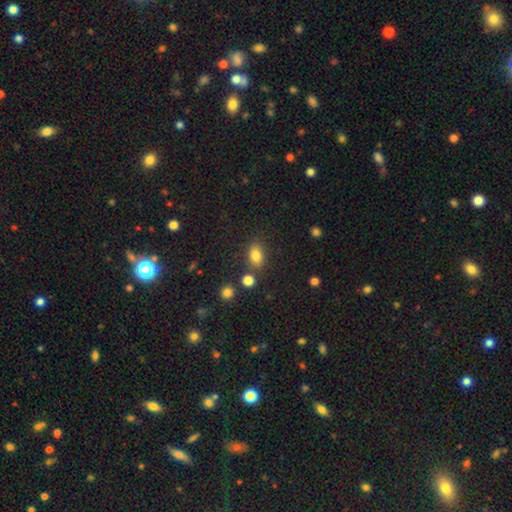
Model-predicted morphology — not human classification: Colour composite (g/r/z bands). It shows a smooth galaxy with no disk features (81%) that is in between round and cigar-shaped (76%). Merging: none (76%).